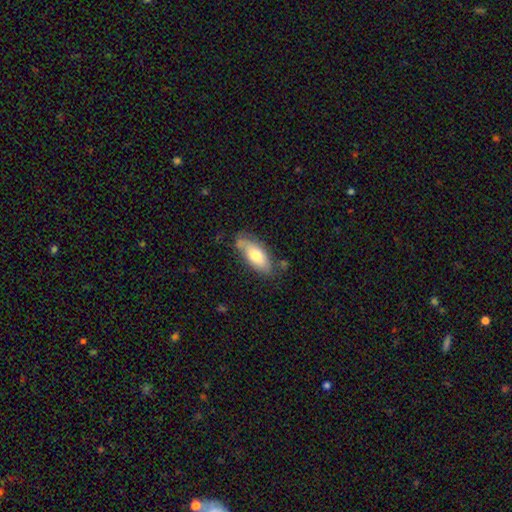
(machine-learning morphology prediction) Smooth or featured? smooth (67%)
How rounded? in between (84%)
Merging? none (61%)